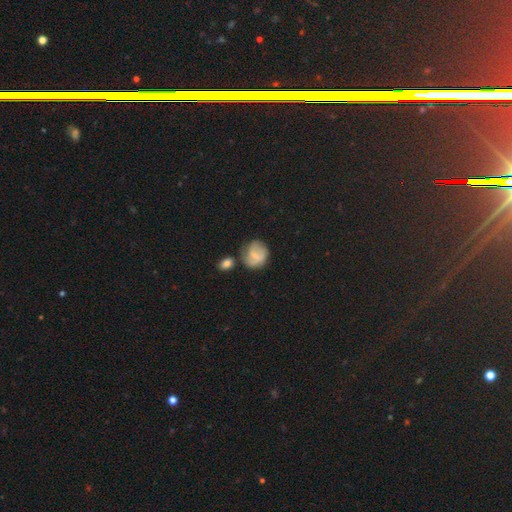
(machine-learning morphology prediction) Smooth or featured: smooth — 57% (featured or disk — 35%)
How rounded: round — 75% (in between — 24%)
Merging: none — 55% (minor disturbance — 24%)